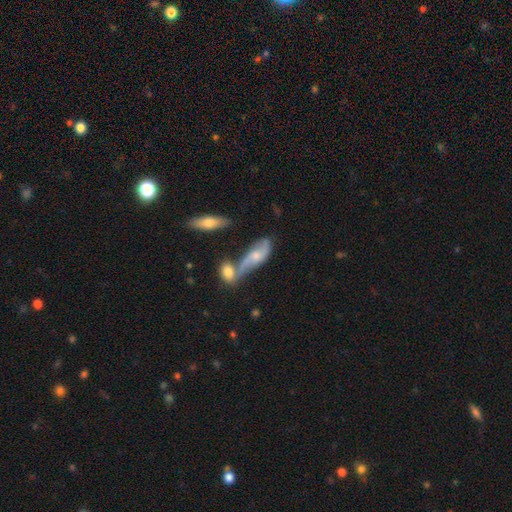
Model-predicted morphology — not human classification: Smooth or featured? featured or disk (54%)
Edge-on disk? no (80%)
Merging? merger (40%)